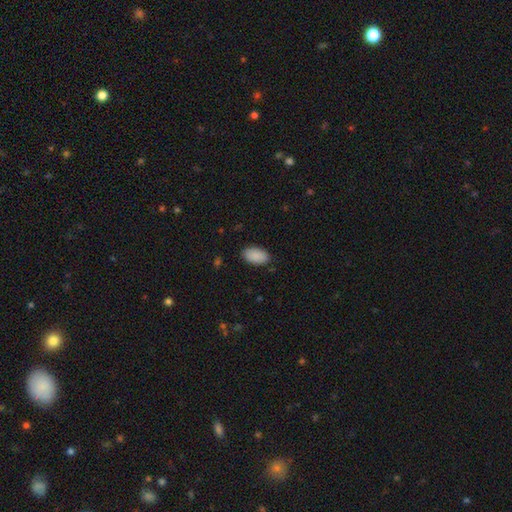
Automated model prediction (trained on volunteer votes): Smooth or featured?
  - smooth: 90% *
  - star or artifact: 6%
  - featured or disk: 3%
How rounded?
  - in between: 95% *
  - round: 3%
  - cigar-shaped: 1%
Merging?
  - none: 87% *
  - minor disturbance: 10%
  - major disturbance: 2%
  - merger: 1%